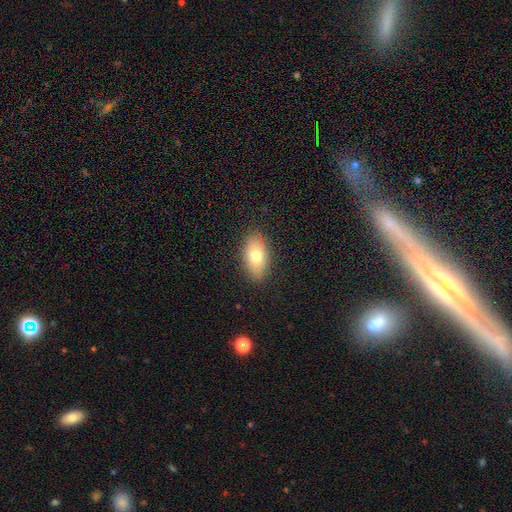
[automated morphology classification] A smooth galaxy with no disk features (73%) that is in between round and cigar-shaped (90%). Merging: none (86%).